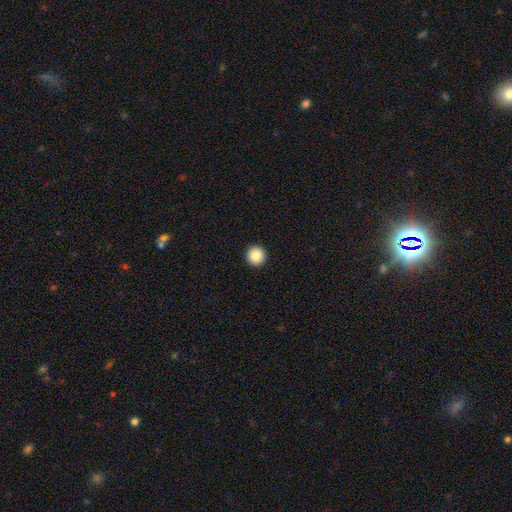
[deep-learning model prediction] This is clearly a smooth galaxy (87%). How rounded: clearly round (96%). Merging: clearly none (94%).